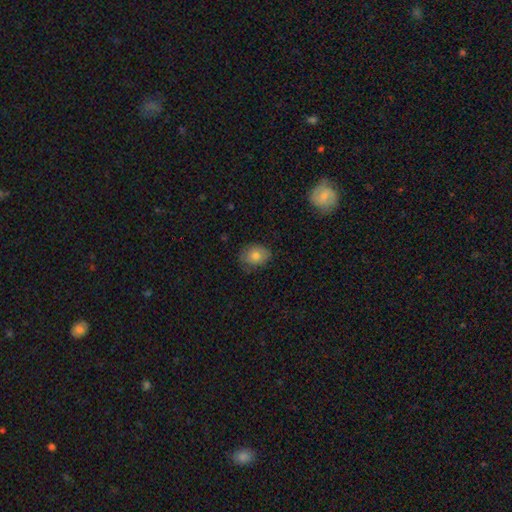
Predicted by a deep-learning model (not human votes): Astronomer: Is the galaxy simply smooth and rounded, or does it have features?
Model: smooth — 77%.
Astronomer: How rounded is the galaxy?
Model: in between — 59% (runner-up: round, 40%).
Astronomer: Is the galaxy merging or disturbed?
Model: none — 75%.